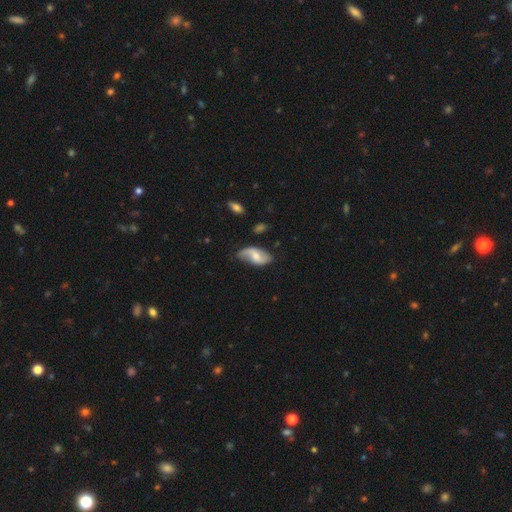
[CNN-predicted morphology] Q: Smooth or featured?
A: featured or disk (65%); runner-up: smooth (29%)
Q: Edge-on disk?
A: no (95%); runner-up: yes (5%)
Q: Bar?
A: no (47%); runner-up: weak (43%)
Q: Spiral arms?
A: yes (91%); runner-up: no (9%)
Q: Spiral winding?
A: loose (63%); runner-up: medium (27%)
Q: Spiral arm count?
A: 2 (81%); runner-up: 1 (9%)
Q: Bulge size?
A: moderate (50%); runner-up: small (38%)
Q: Merging?
A: none (63%); runner-up: minor disturbance (27%)